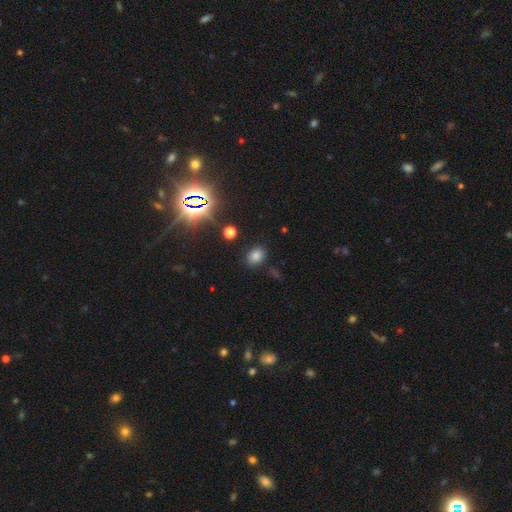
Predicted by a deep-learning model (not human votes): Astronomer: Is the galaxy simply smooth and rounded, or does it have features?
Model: smooth — 75%.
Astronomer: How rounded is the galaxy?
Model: in between — 60% (runner-up: round, 39%).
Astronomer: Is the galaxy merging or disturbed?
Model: none — 84%.